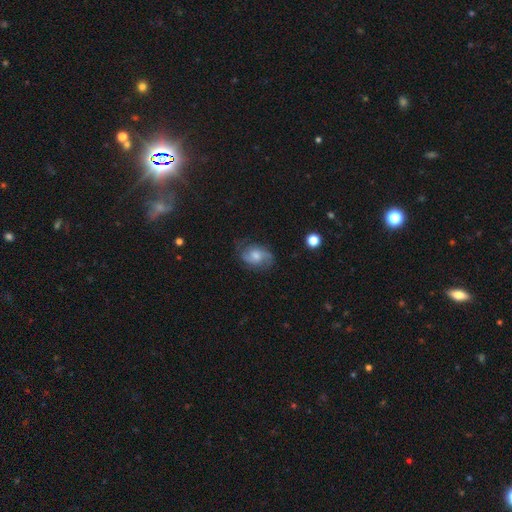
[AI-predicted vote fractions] Smooth or featured? Predicted: featured or disk (p=0.61). Edge-on disk? Predicted: no (p=0.96). Bar? Predicted: no (p=0.62). Spiral arms? Predicted: yes (p=0.90). Spiral winding? Predicted: medium (p=0.46). Spiral arm count? Predicted: 2 (p=0.78). Bulge size? Predicted: moderate (p=0.50). Merging? Predicted: none (p=0.67).